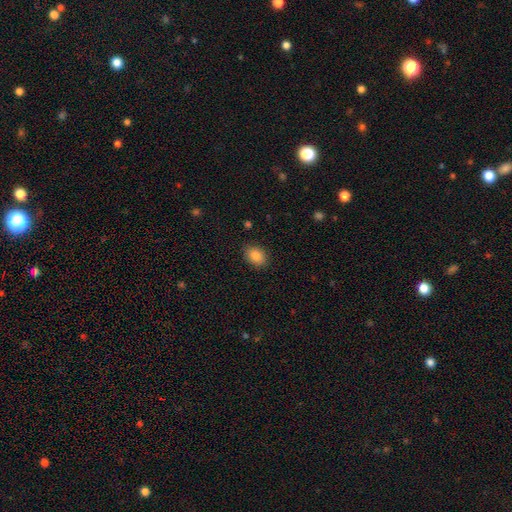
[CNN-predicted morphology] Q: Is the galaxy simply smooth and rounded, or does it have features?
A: smooth — 86%.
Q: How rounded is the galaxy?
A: in between — 66%.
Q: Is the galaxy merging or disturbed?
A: none — 87%.